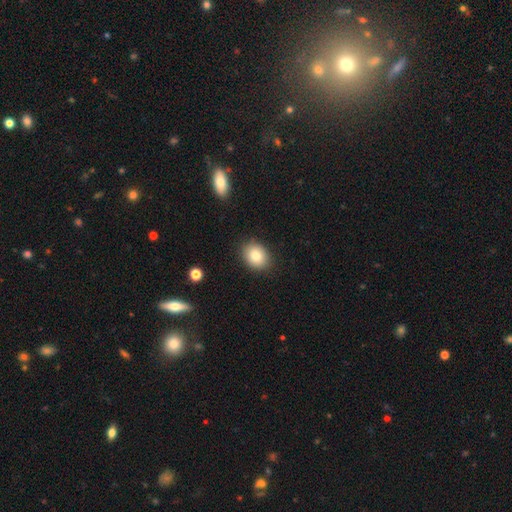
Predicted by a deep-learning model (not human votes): Overall: smooth (81%). How rounded: in between (50%; round 49%). Merging: none (88%).